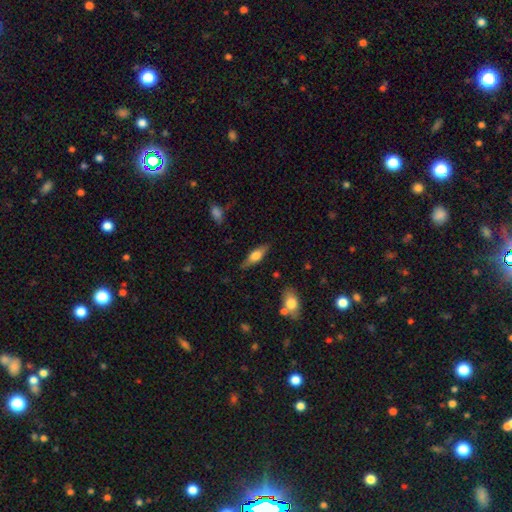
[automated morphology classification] Smooth or featured: smooth — 51% (featured or disk — 43%)
How rounded: in between — 53% (cigar-shaped — 44%)
Merging: none — 83% (minor disturbance — 12%)